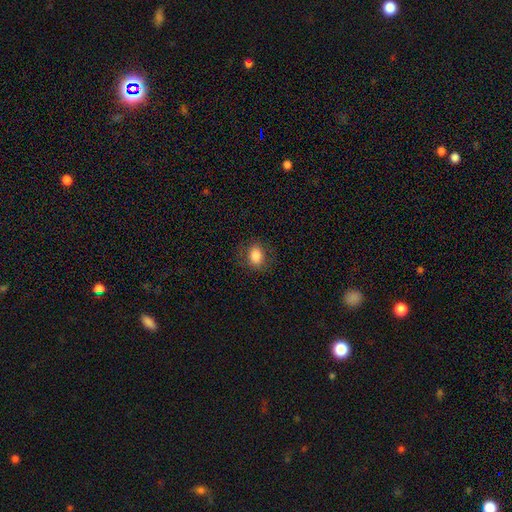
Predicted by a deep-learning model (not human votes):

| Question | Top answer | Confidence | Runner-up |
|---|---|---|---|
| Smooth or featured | smooth | 84% | star or artifact (9%) |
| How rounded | in between | 62% | round (37%) |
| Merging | none | 78% | minor disturbance (15%) |